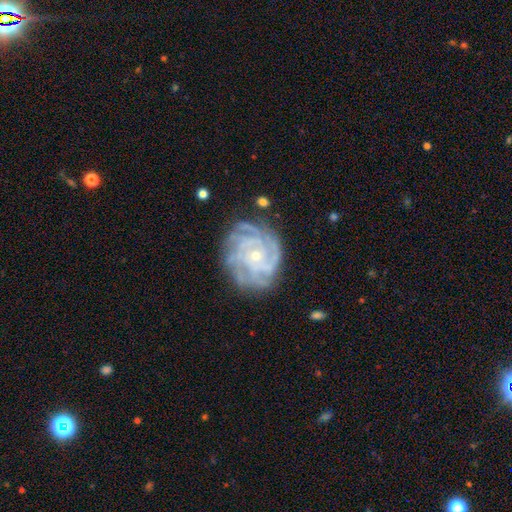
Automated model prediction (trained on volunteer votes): The model was most divided on "spiral arm count": 4: 32%, can't tell: 23%, 3: 16%, more than 4: 15%, 2: 8%, 1: 6%. More confident: edge-on disk — no (97%); spiral arms — yes (97%); smooth or featured — featured or disk (88%); bar — no (75%); spiral winding — tight (75%); merging — none (75%); bulge size — small (74%).